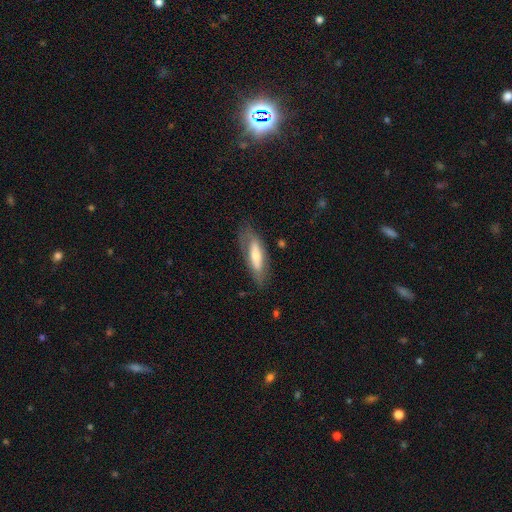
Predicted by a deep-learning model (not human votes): Smooth or featured: smooth — 53% (featured or disk — 41%)
How rounded: in between — 51% (cigar-shaped — 47%)
Merging: none — 69% (minor disturbance — 20%)